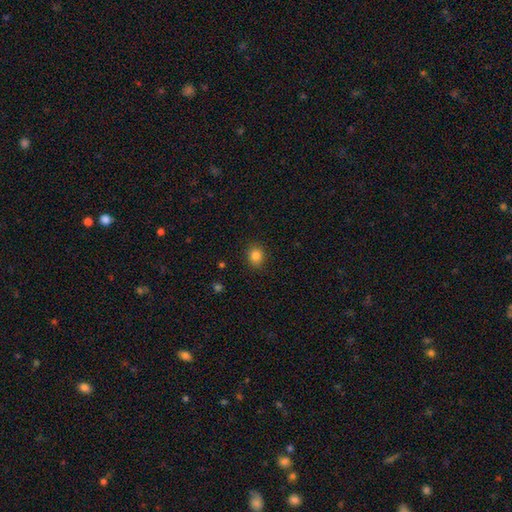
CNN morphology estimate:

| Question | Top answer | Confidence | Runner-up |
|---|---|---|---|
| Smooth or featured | smooth | 84% | star or artifact (11%) |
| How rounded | round | 71% | in between (28%) |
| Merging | none | 87% | minor disturbance (9%) |